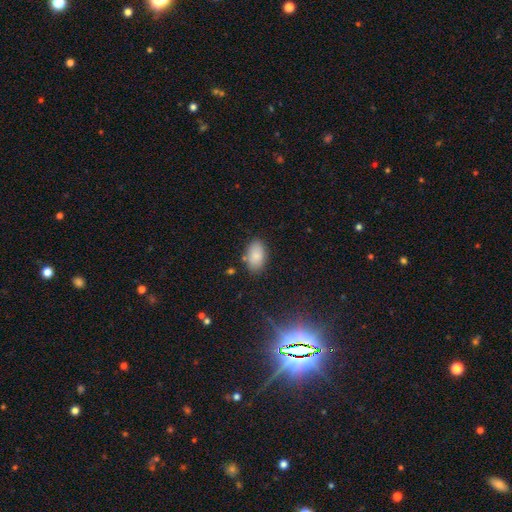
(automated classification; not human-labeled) Smooth or featured? Predicted: smooth (p=0.85). How rounded? Predicted: in between (p=0.92). Merging? Predicted: none (p=0.81).